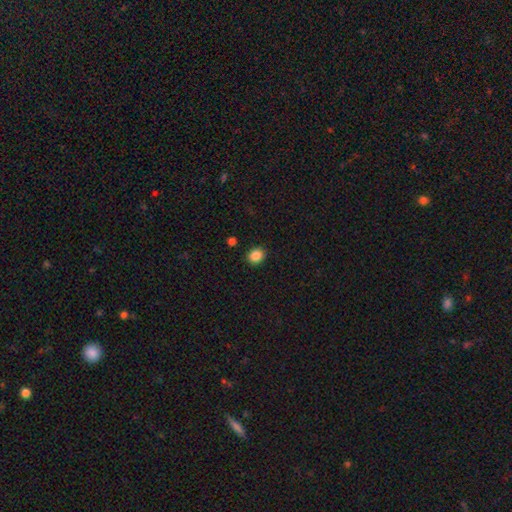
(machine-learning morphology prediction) A smooth galaxy with no disk features (87%) that is round (65%).

Vote fractions:
- Smooth or featured? smooth: 87% / star or artifact: 10% / featured or disk: 3%
- How rounded? round: 65% / in between: 34% / cigar-shaped: 1%
- Merging? none: 89% / minor disturbance: 7% / major disturbance: 2% / merger: 2%